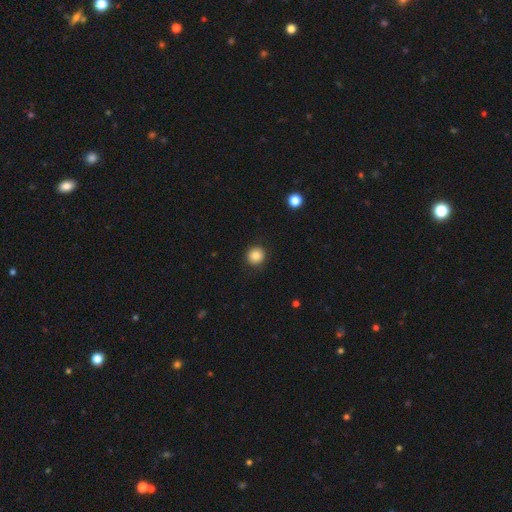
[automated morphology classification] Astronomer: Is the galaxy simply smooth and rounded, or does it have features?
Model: smooth — 84%.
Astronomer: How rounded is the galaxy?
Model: round — 93%.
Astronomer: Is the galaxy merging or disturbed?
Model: none — 90%.